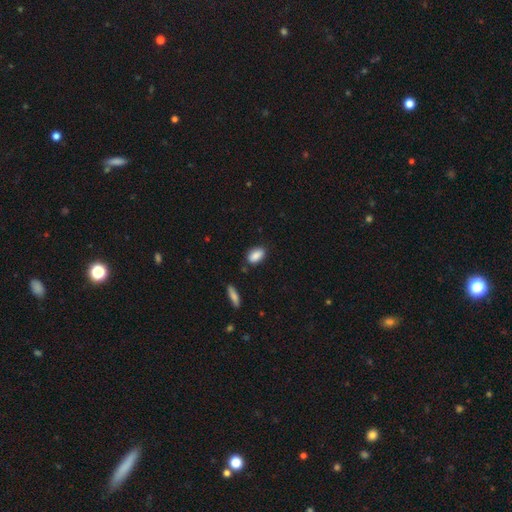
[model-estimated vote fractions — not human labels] Smooth or featured? Predicted: smooth (p=0.88). How rounded? Predicted: in between (p=0.90). Merging? Predicted: none (p=0.82).